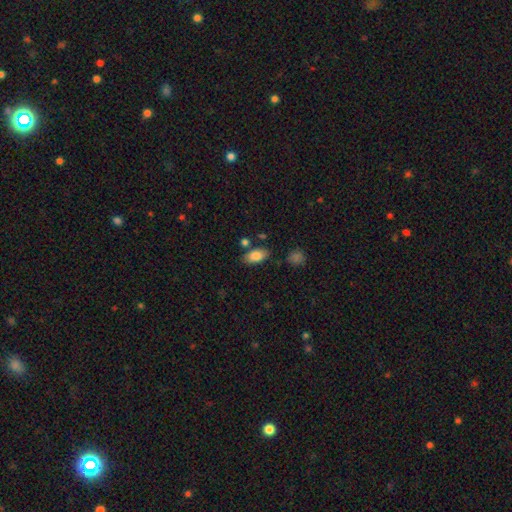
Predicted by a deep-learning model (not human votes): A smooth galaxy with no disk features (84%) that is in between round and cigar-shaped (91%).

Vote fractions:
- Smooth or featured? smooth: 84% / featured or disk: 8% / star or artifact: 8%
- How rounded? in between: 91% / cigar-shaped: 5% / round: 4%
- Merging? none: 77% / minor disturbance: 14% / merger: 6% / major disturbance: 3%